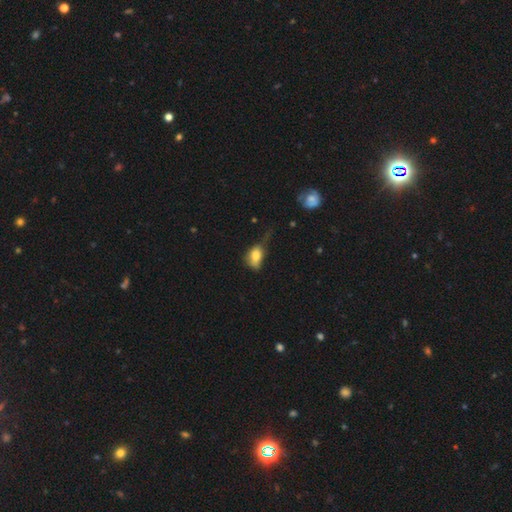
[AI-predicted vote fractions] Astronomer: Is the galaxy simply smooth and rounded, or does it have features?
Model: smooth — 75%.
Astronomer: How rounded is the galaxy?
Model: in between — 79%.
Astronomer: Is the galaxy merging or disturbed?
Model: minor disturbance — 36% (runner-up: major disturbance, 33%).